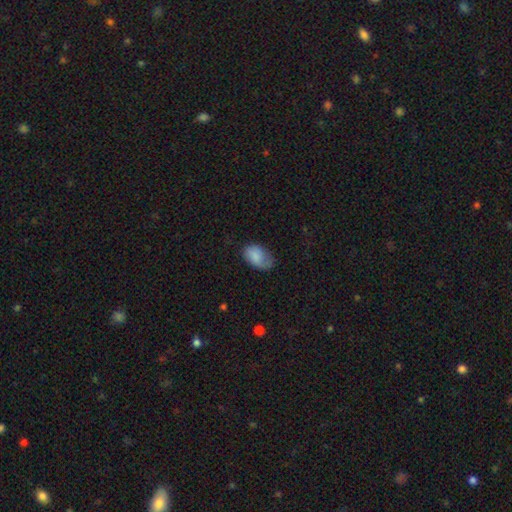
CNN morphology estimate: A smooth galaxy with no disk features (77%) that is in between round and cigar-shaped (89%).

Vote fractions:
- Smooth or featured? smooth: 77% / featured or disk: 16% / star or artifact: 7%
- How rounded? in between: 89% / round: 10% / cigar-shaped: 1%
- Merging? none: 49% / minor disturbance: 34% / major disturbance: 15% / merger: 2%